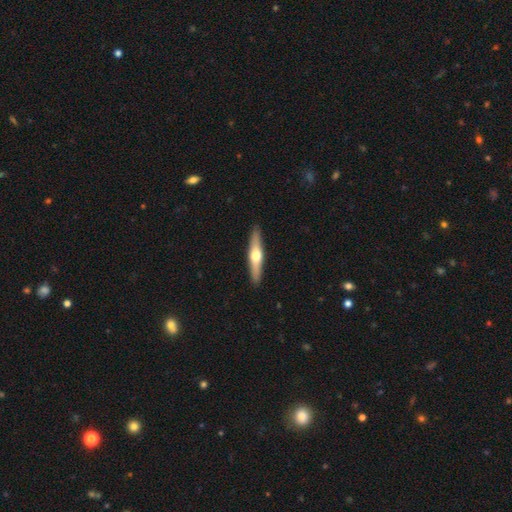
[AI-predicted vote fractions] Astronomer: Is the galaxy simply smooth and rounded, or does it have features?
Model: featured or disk — 58% (runner-up: smooth, 37%).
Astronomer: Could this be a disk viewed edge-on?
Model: yes — 95%.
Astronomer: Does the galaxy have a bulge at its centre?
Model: rounded — 95%.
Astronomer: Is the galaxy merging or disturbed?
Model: none — 91%.